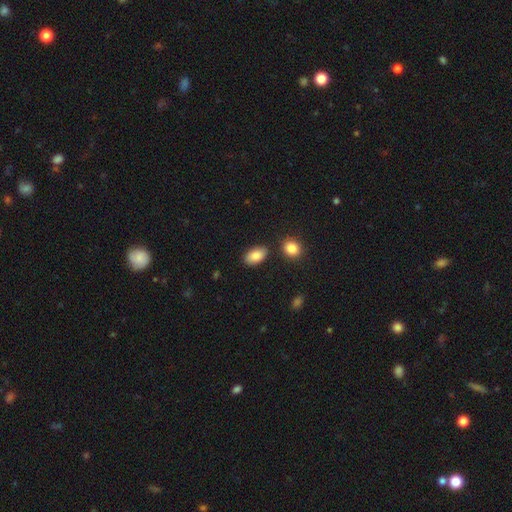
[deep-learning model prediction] Smooth or featured: smooth — 87% (star or artifact — 7%)
How rounded: in between — 92% (round — 6%)
Merging: none — 82% (minor disturbance — 10%)